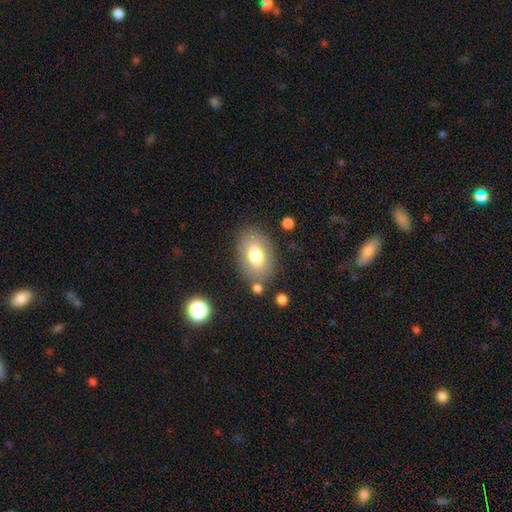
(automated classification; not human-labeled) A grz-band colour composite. It shows a smooth galaxy with no disk features (73%) that is in between round and cigar-shaped (88%). Merging: none (79%).